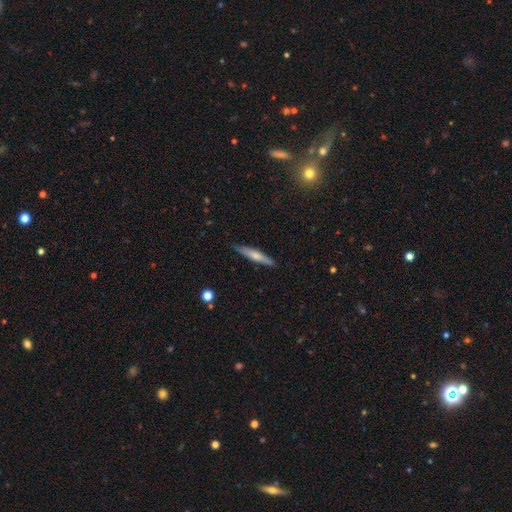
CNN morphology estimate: This is possibly a smooth galaxy (59%). How rounded: clearly cigar-shaped (92%). Merging: clearly none (87%).